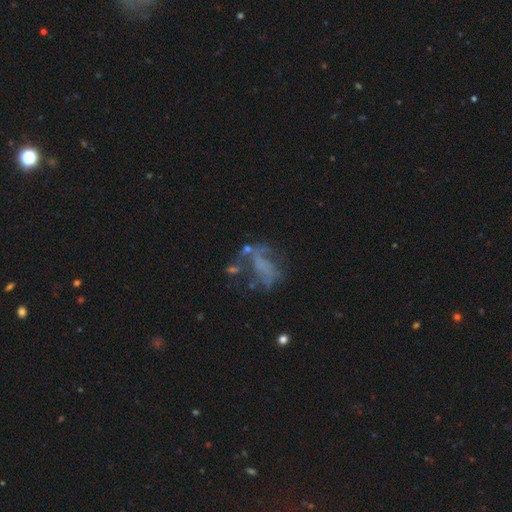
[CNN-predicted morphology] The model was most divided on "merging": major disturbance: 36%, none: 35%, minor disturbance: 17%, merger: 11%. More confident: edge-on disk — no (97%); bulge size — none (80%); bar — no (69%); smooth or featured — featured or disk (59%); spiral arms — no (55%).